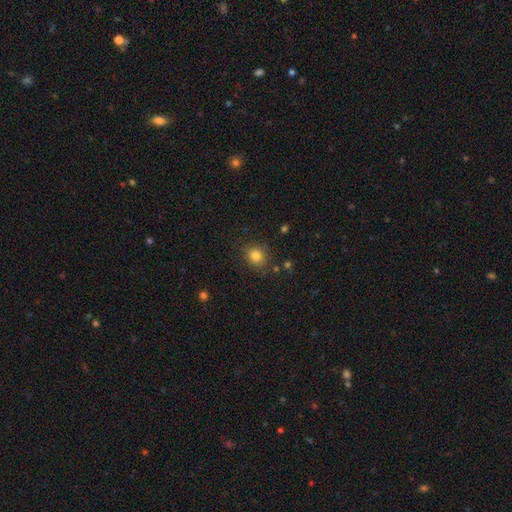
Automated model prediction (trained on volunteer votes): Morphology: type=smooth (82%); roundness=round (77%); merging=none (84%).